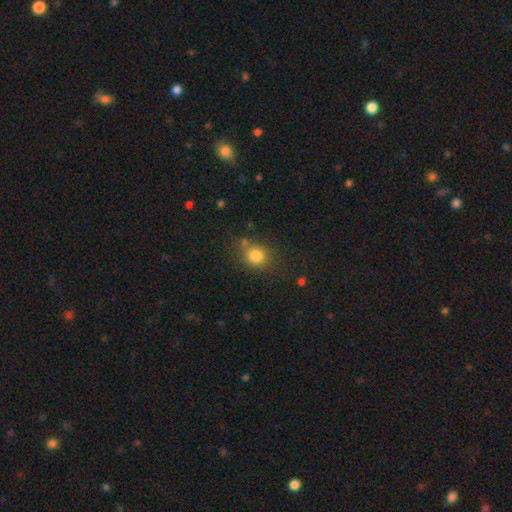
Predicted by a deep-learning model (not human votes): Smooth or featured: smooth — 82% (star or artifact — 11%)
How rounded: round — 69% (in between — 30%)
Merging: none — 68% (minor disturbance — 17%)